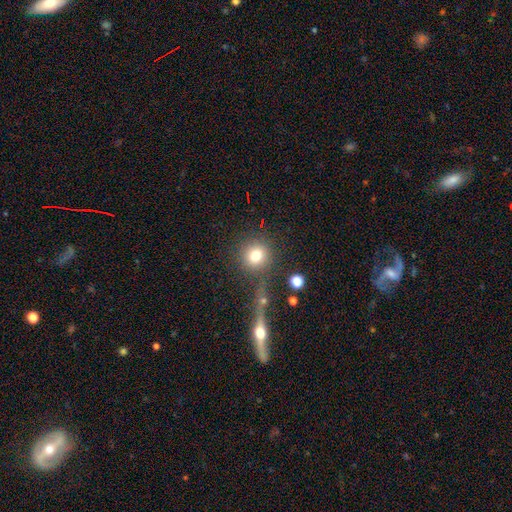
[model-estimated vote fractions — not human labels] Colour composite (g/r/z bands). It shows a smooth galaxy with no disk features (78%) that is round (89%). Merging: none (78%).